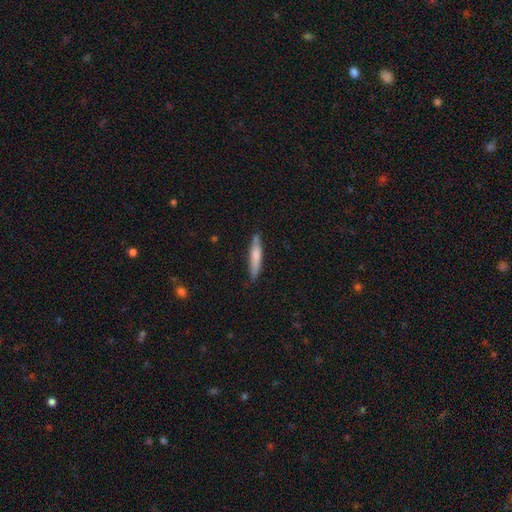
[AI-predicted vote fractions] This is likely a smooth galaxy (67%). How rounded: clearly cigar-shaped (89%). Merging: clearly none (81%).